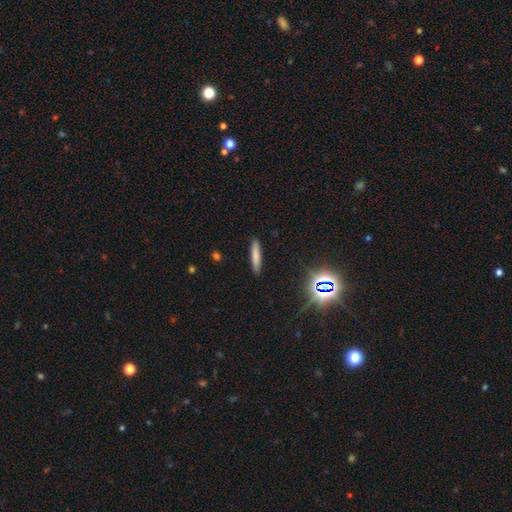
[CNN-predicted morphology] A smooth galaxy with no disk features (75%) that is cigar-shaped (90%).

Vote fractions:
- Smooth or featured? smooth: 75% / featured or disk: 15% / star or artifact: 11%
- How rounded? cigar-shaped: 90% / in between: 8% / round: 2%
- Merging? none: 90% / minor disturbance: 7% / major disturbance: 2% / merger: 1%